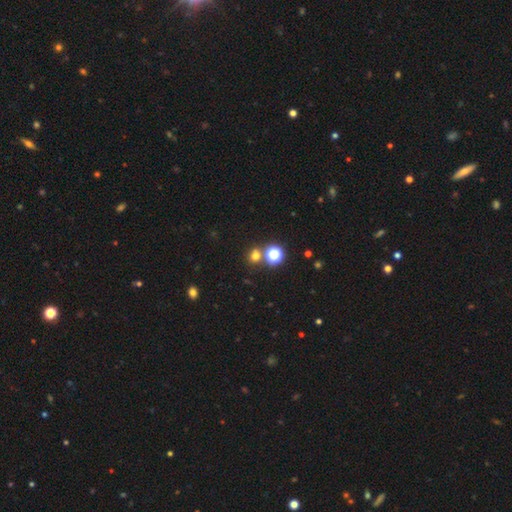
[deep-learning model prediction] Smooth or featured: smooth — 66% (star or artifact — 27%)
How rounded: round — 82% (in between — 17%)
Merging: none — 73% (merger — 16%)